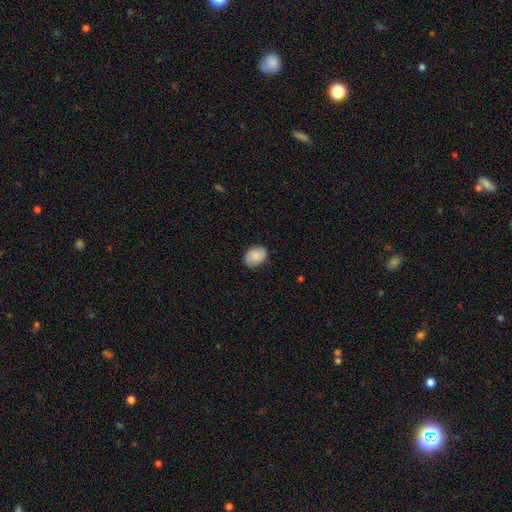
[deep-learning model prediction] A smooth galaxy with no disk features (75%) that is in between round and cigar-shaped (67%). Merging: none (84%).